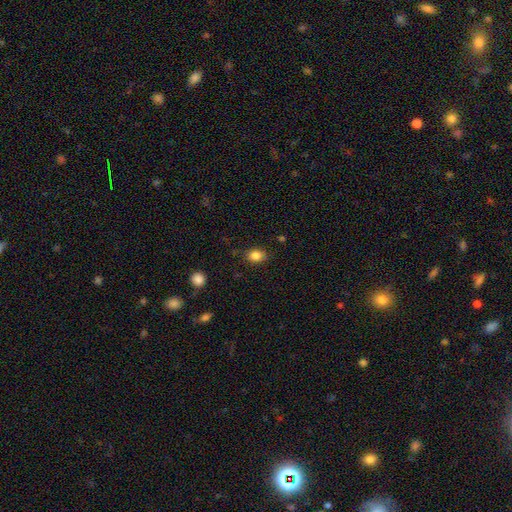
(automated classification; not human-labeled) Morphology: type=smooth (85%); roundness=in between (62%); merging=none (84%).